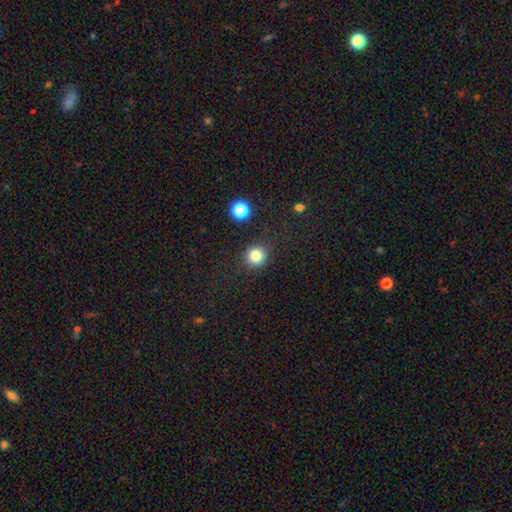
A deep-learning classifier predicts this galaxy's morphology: smooth-or-featured: smooth: 82% | star or artifact: 13% | featured or disk: 5%
  how-rounded: round: 91% | in between: 8% | cigar-shaped: 1%
  merging: none: 87% | minor disturbance: 8% | major disturbance: 3% | merger: 2%